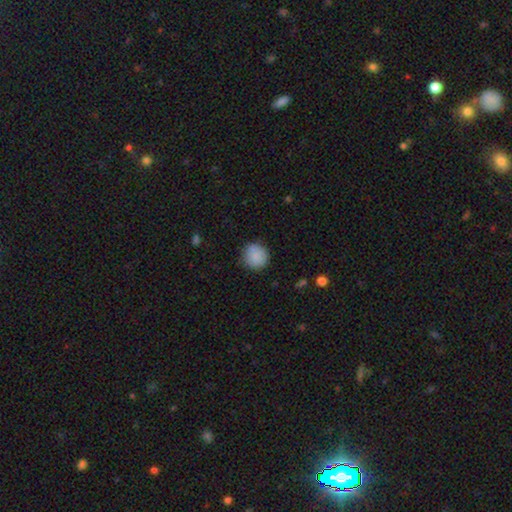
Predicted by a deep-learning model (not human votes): Smooth or featured? Predicted: smooth (p=0.88). How rounded? Predicted: round (p=0.91). Merging? Predicted: none (p=0.85).